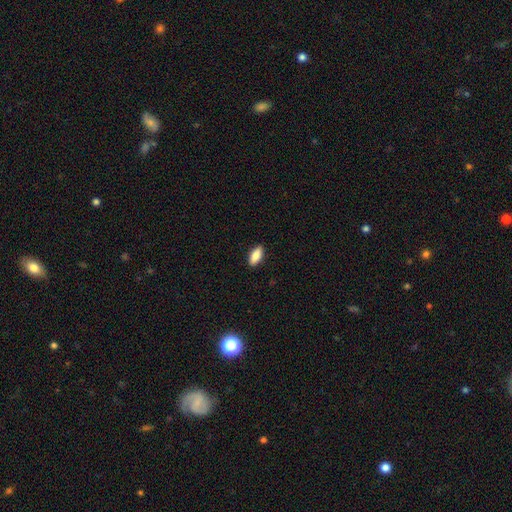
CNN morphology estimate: This is clearly a smooth galaxy (85%). How rounded: clearly in between (86%). Merging: clearly none (89%).